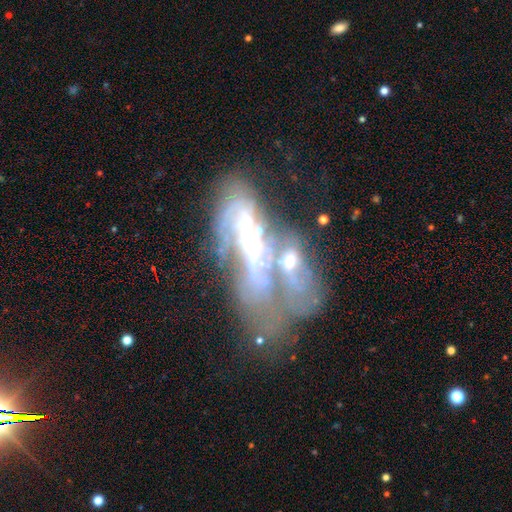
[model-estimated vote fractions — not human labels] Smooth or featured?
  - featured or disk: 66% *
  - smooth: 18%
  - star or artifact: 16%
Edge-on disk?
  - no: 77% *
  - yes: 23%
Bar?
  - no: 55% *
  - strong: 25%
  - weak: 20%
Spiral arms?
  - no: 63% *
  - yes: 37%
Bulge size?
  - moderate: 43% *
  - small: 22%
  - none: 17%
  - large: 13%
  - dominant: 5%
Merging?
  - merger: 58% *
  - major disturbance: 23%
  - none: 11%
  - minor disturbance: 7%